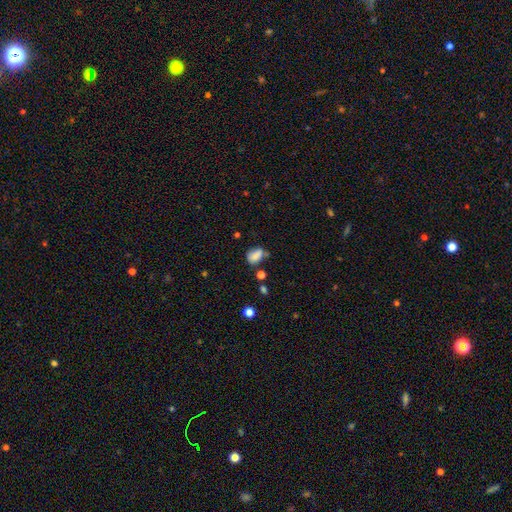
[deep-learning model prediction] smooth-or-featured: smooth: 79% | star or artifact: 11% | featured or disk: 10%
  how-rounded: in between: 74% | round: 24% | cigar-shaped: 2%
  merging: none: 50% | minor disturbance: 29% | merger: 12% | major disturbance: 10%